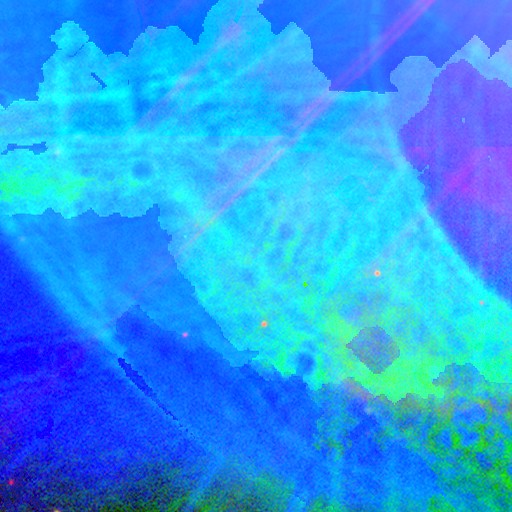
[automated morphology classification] The model was most divided on "smooth or featured": star or artifact: 83%, featured or disk: 9%, smooth: 8%.